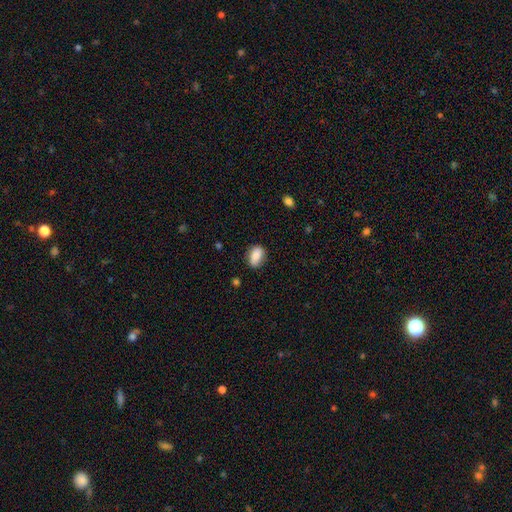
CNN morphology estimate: A smooth galaxy with no disk features (82%) that is in between round and cigar-shaped (84%).

Vote fractions:
- Smooth or featured? smooth: 82% / featured or disk: 11% / star or artifact: 7%
- How rounded? in between: 84% / round: 12% / cigar-shaped: 4%
- Merging? none: 78% / minor disturbance: 17% / major disturbance: 4% / merger: 1%